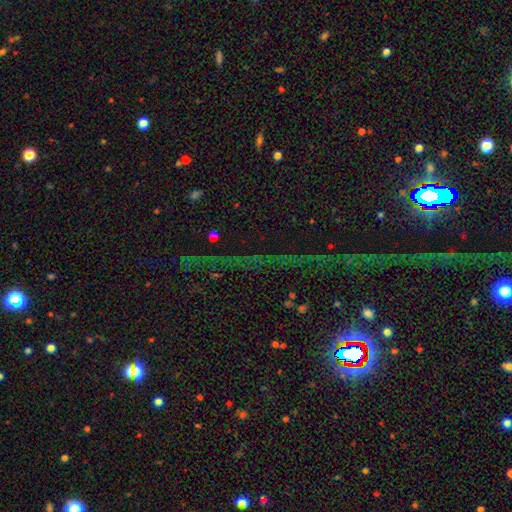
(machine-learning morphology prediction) Smooth or featured: star or artifact — 73% (featured or disk — 15%)